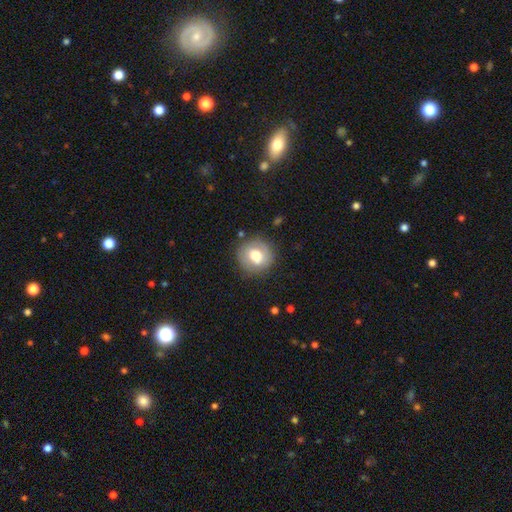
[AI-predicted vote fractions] Smooth or featured: smooth — 66% (featured or disk — 25%)
How rounded: round — 89% (in between — 10%)
Merging: none — 82% (minor disturbance — 12%)